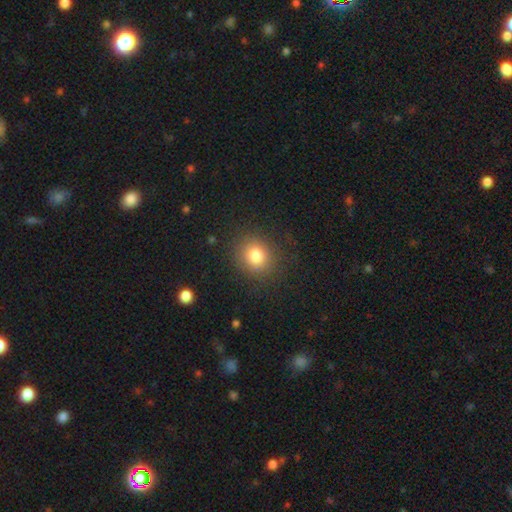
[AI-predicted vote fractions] Smooth or featured: smooth — 80% (star or artifact — 11%)
How rounded: round — 78% (in between — 21%)
Merging: none — 85% (minor disturbance — 10%)